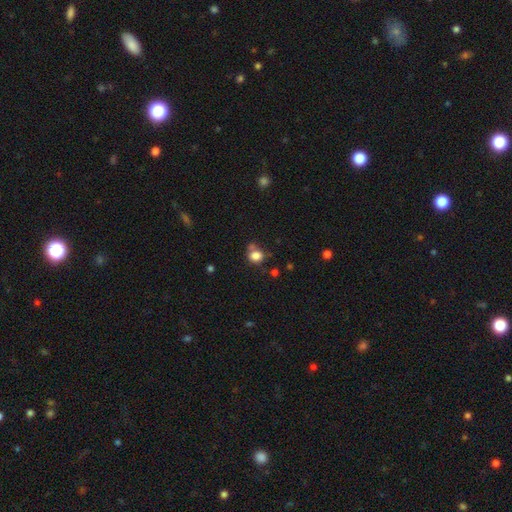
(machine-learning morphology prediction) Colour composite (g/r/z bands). It shows a smooth galaxy with no disk features (81%) that is round (65%). Merging: none (57%).